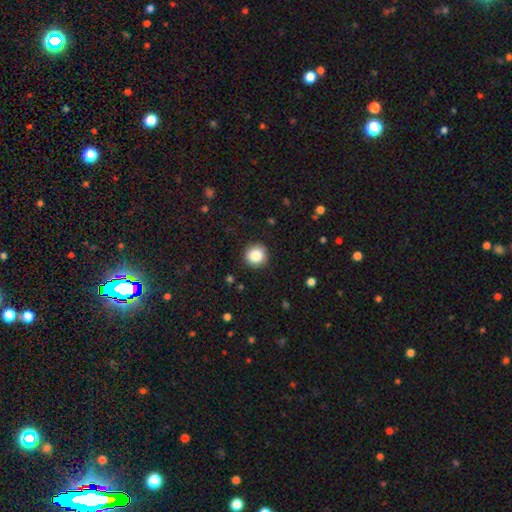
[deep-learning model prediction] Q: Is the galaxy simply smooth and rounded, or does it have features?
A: smooth — 85%.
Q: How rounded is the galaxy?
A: round — 94%.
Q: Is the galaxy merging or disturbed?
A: none — 91%.